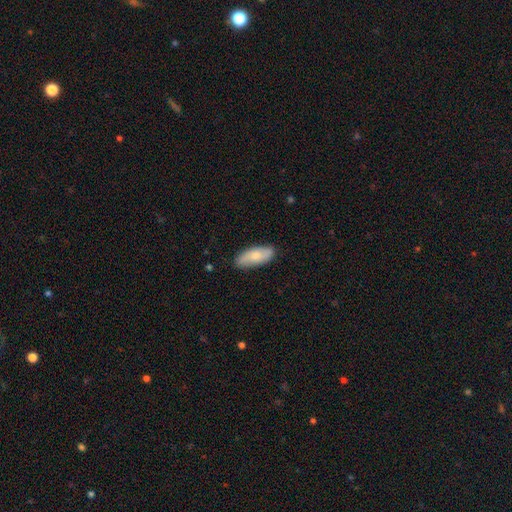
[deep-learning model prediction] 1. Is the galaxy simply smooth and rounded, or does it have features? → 70% smooth, 25% featured or disk, 6% star or artifact.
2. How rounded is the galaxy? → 82% in between, 15% cigar-shaped, 2% round.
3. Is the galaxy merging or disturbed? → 84% none, 13% minor disturbance, 2% major disturbance, 1% merger.